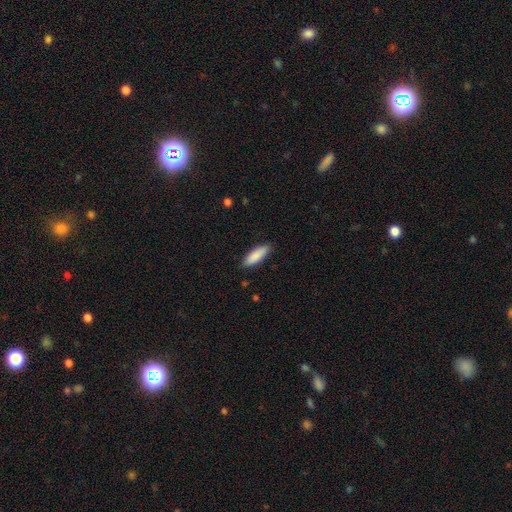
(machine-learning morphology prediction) Overall: smooth (88%). How rounded: in between (59%; cigar-shaped 40%). Merging: none (86%).